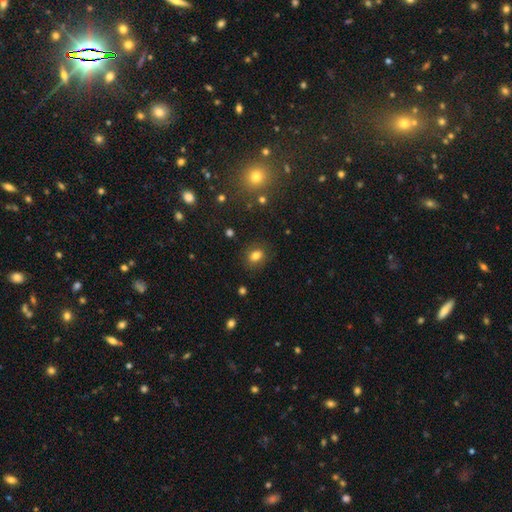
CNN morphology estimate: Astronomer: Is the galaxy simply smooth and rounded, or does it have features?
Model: smooth — 79%.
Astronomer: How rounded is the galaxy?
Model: in between — 56% (runner-up: round, 42%).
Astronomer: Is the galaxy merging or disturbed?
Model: none — 83%.